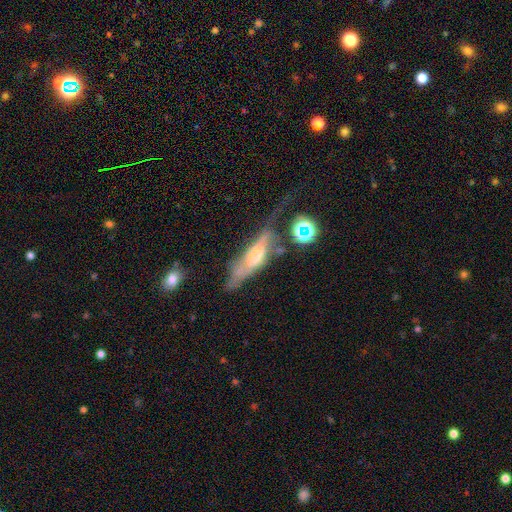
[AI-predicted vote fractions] Morphology: type=featured or disk (58%); edge-on=no (51%); merging=major disturbance (39%).